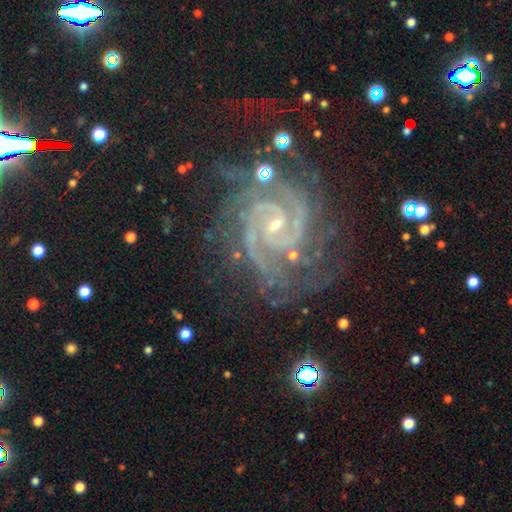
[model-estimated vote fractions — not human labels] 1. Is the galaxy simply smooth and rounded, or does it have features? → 90% featured or disk, 7% star or artifact, 3% smooth.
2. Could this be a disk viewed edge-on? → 98% no, 2% yes.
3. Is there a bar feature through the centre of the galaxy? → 50% no, 35% weak, 16% strong.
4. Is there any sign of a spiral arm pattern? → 99% yes, 1% no.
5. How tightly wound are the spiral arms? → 68% tight, 28% medium, 4% loose.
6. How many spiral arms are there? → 54% 2, 15% 3, 9% can't tell, 9% 4, 7% more than 4, 6% 1.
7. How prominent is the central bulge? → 77% small, 18% moderate, 3% none, 1% large, 1% dominant.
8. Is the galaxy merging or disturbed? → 68% none, 18% minor disturbance, 10% major disturbance, 3% merger.